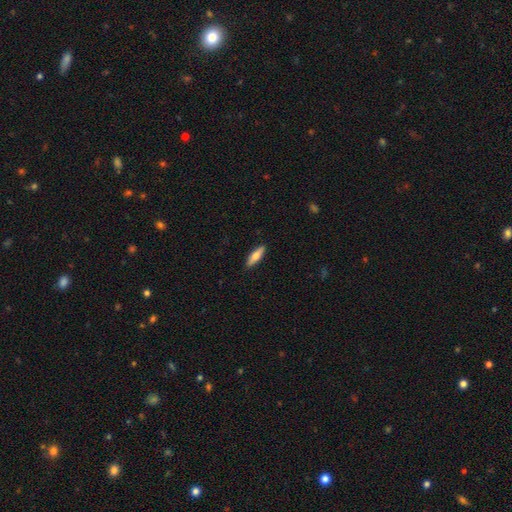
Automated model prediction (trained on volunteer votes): smooth 62%, featured or disk 32%, star or artifact 6%. Down the decision tree: how rounded — cigar-shaped (61%); merging — none (90%).